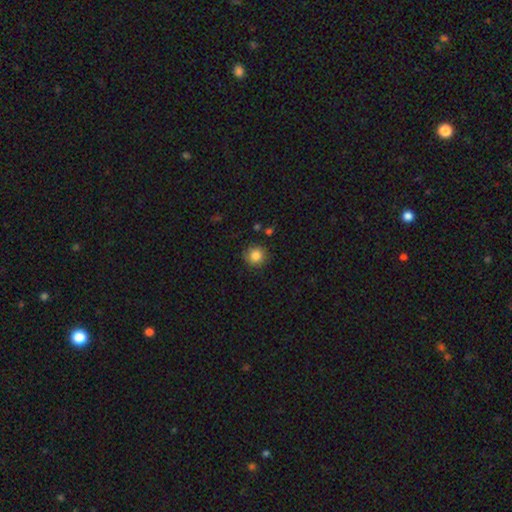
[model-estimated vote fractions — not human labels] smooth-or-featured: smooth: 84% | star or artifact: 10% | featured or disk: 6%
  how-rounded: round: 93% | in between: 6% | cigar-shaped: 1%
  merging: none: 89% | minor disturbance: 7% | major disturbance: 2% | merger: 2%